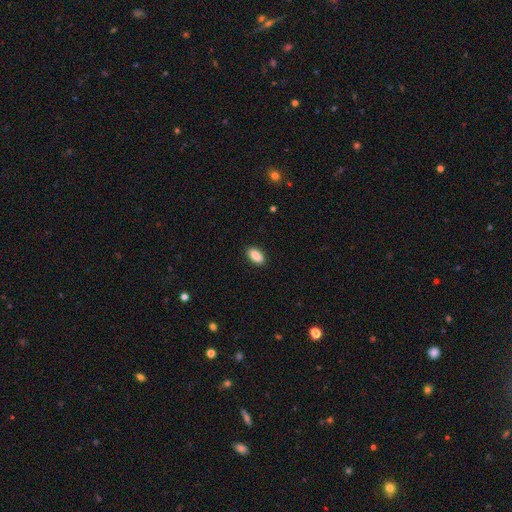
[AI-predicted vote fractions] Morphology: type=smooth (89%); roundness=in between (91%); merging=none (90%).